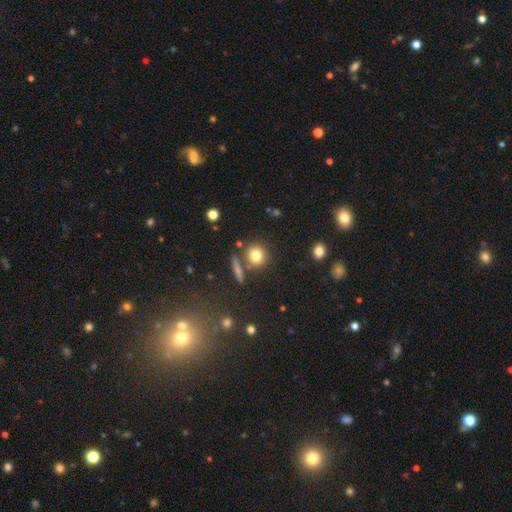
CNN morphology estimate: smooth 78%, star or artifact 12%, featured or disk 9%. Down the decision tree: how rounded — round (84%); merging — none (76%).